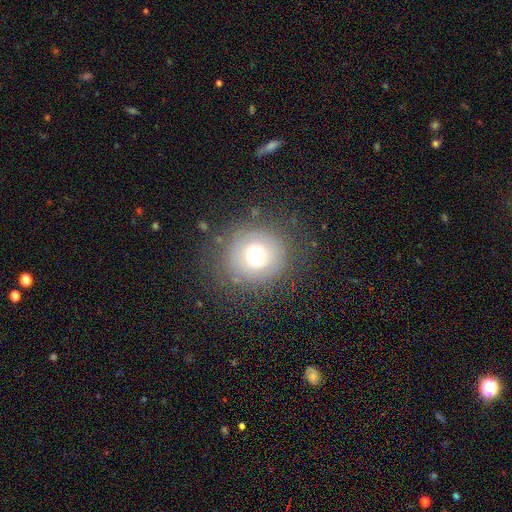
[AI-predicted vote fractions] smooth-or-featured: smooth: 62% | featured or disk: 22% | star or artifact: 16%
  how-rounded: round: 91% | in between: 8% | cigar-shaped: 1%
  merging: none: 75% | minor disturbance: 14% | major disturbance: 9% | merger: 2%